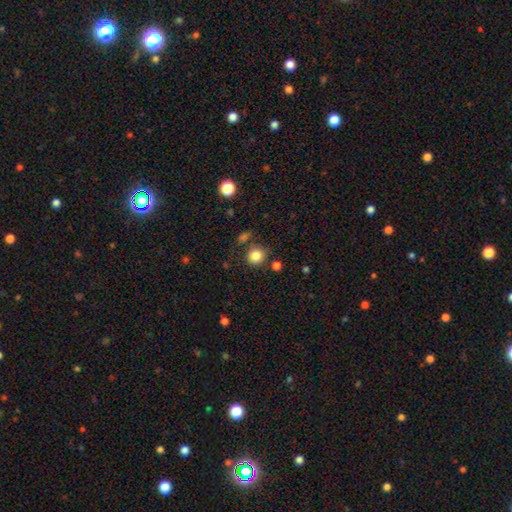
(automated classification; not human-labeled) This appears to be a smooth galaxy with no disk features (84%) that is round (87%). Merging: none (78%).